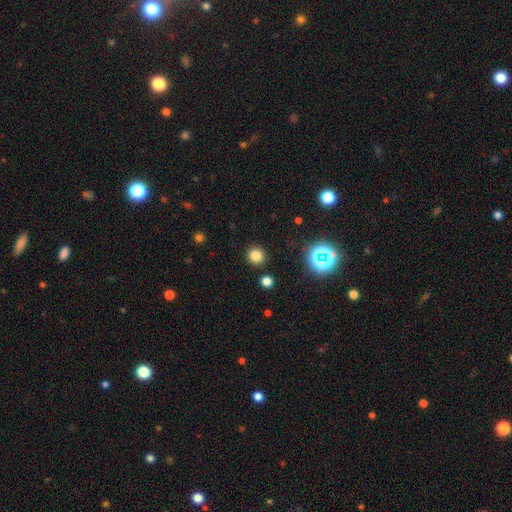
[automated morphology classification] smooth_or_featured: smooth (p=0.79) [alt: star or artifact p=0.17]
how_rounded: round (p=0.93) [alt: in between p=0.06]
merging: none (p=0.90) [alt: minor disturbance p=0.05]